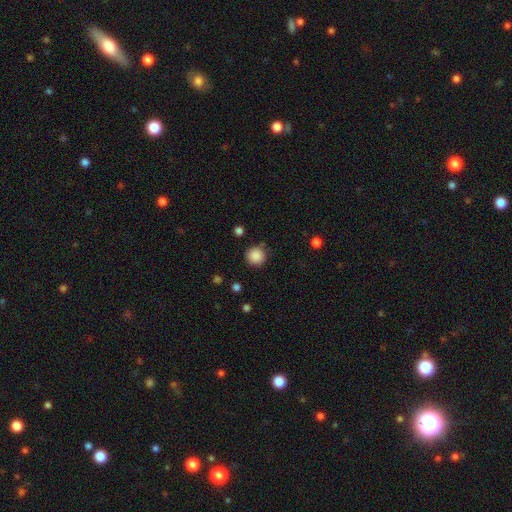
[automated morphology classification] Smooth or featured? smooth (88%)
How rounded? round (95%)
Merging? none (86%)